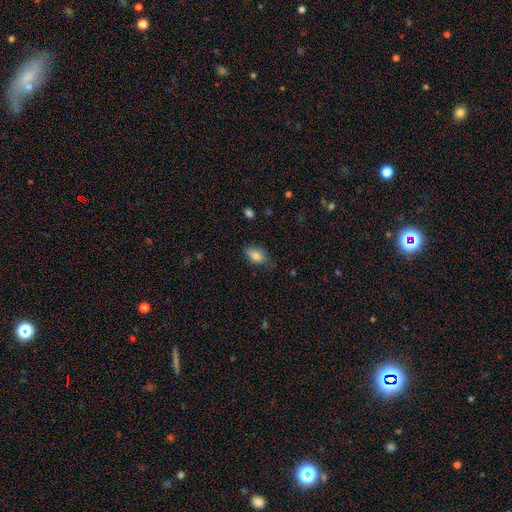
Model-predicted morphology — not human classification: type=smooth (83%); roundness=in between (89%); merging=none (72%).